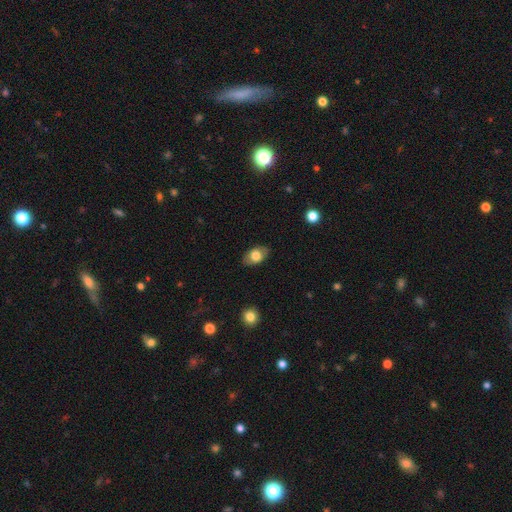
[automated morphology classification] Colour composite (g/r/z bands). It shows a smooth galaxy with no disk features (75%) that is in between round and cigar-shaped (89%). Merging: none (84%).